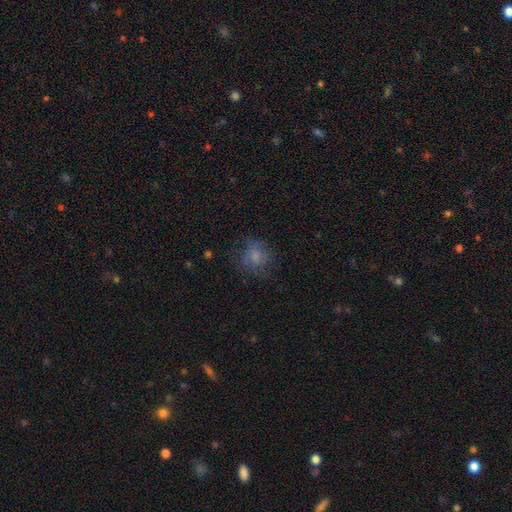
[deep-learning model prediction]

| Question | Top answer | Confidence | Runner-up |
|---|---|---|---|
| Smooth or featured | smooth | 62% | star or artifact (19%) |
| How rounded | round | 81% | in between (18%) |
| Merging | none | 73% | minor disturbance (16%) |